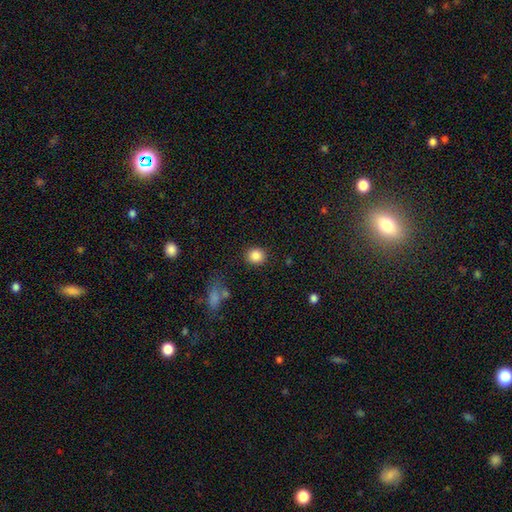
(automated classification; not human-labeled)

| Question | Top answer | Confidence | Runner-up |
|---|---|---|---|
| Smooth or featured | smooth | 87% | star or artifact (9%) |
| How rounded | round | 83% | in between (16%) |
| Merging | none | 87% | minor disturbance (7%) |